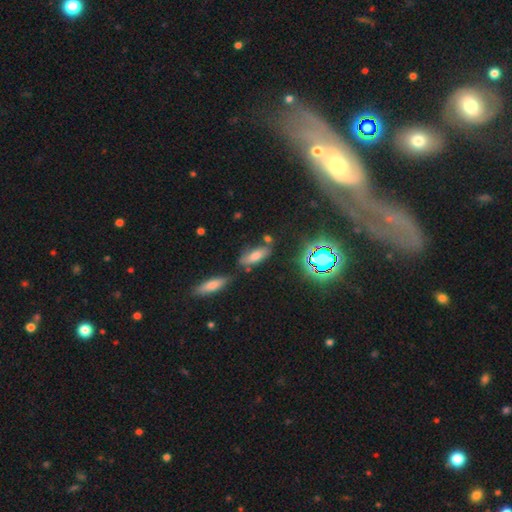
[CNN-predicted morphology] Overall: smooth (68%). How rounded: in between (72%). Merging: none (64%).